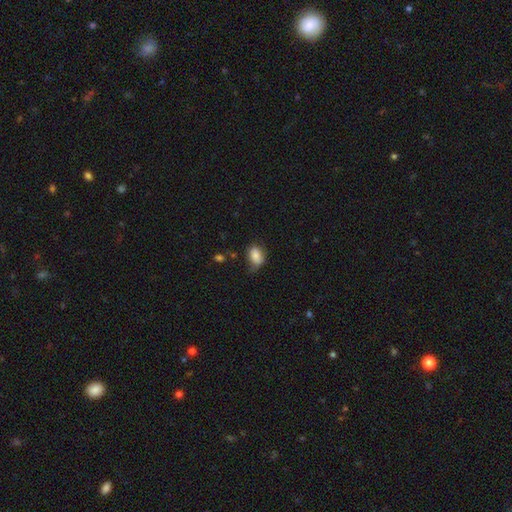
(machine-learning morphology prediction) Smooth or featured?
  - smooth: 83% *
  - featured or disk: 9%
  - star or artifact: 8%
How rounded?
  - in between: 79% *
  - round: 19%
  - cigar-shaped: 1%
Merging?
  - none: 53% *
  - minor disturbance: 35%
  - major disturbance: 10%
  - merger: 3%